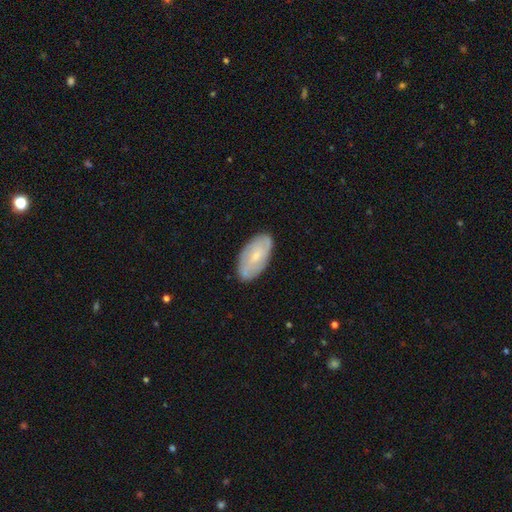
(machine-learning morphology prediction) Smooth or featured? smooth (48%)
Merging? none (84%)